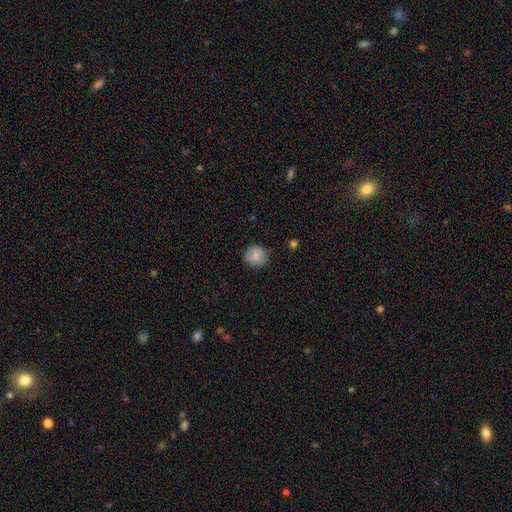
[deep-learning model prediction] smooth_or_featured: smooth (p=0.79) [alt: featured or disk p=0.12]
how_rounded: round (p=0.87) [alt: in between p=0.12]
merging: none (p=0.83) [alt: minor disturbance p=0.13]